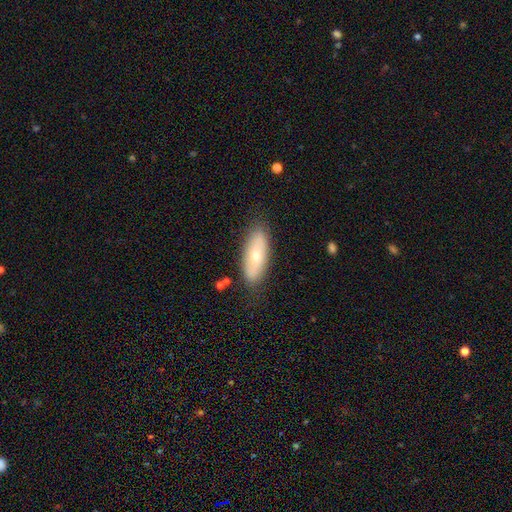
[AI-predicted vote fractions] This is likely a smooth galaxy (61%). How rounded: likely in between (76%). Merging: clearly none (82%).